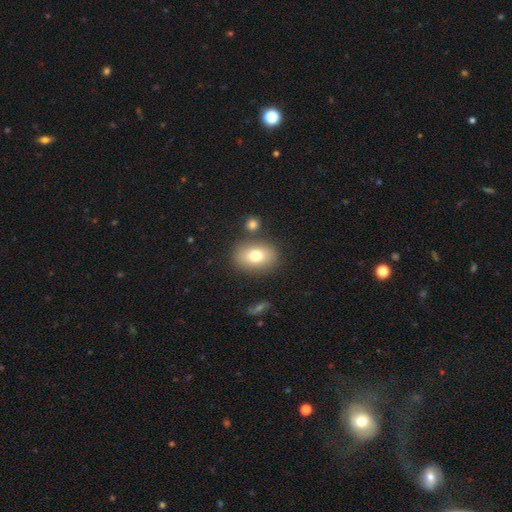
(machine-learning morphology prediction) This appears to be a smooth galaxy with no disk features (76%) that is in between round and cigar-shaped (71%). Merging: none (78%).